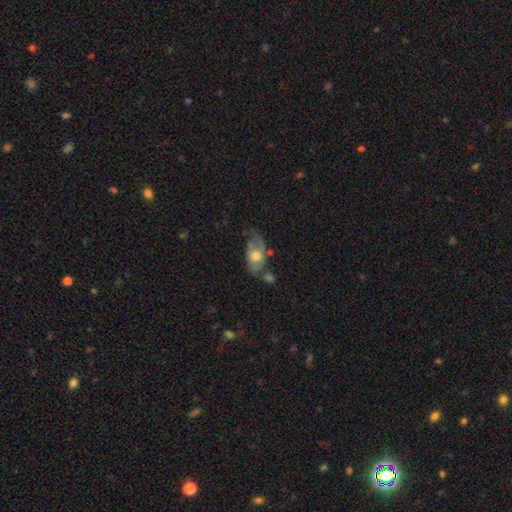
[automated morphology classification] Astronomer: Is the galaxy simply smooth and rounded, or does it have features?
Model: smooth — 47% (runner-up: featured or disk, 45%).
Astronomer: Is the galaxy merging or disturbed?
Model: none — 41% (runner-up: minor disturbance, 29%).